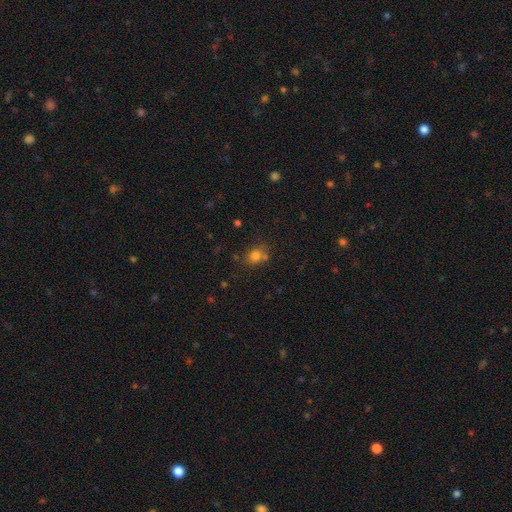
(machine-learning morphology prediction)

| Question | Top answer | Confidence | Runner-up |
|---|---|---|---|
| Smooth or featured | smooth | 77% | star or artifact (15%) |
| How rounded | round | 65% | in between (34%) |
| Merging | none | 66% | merger (15%) |